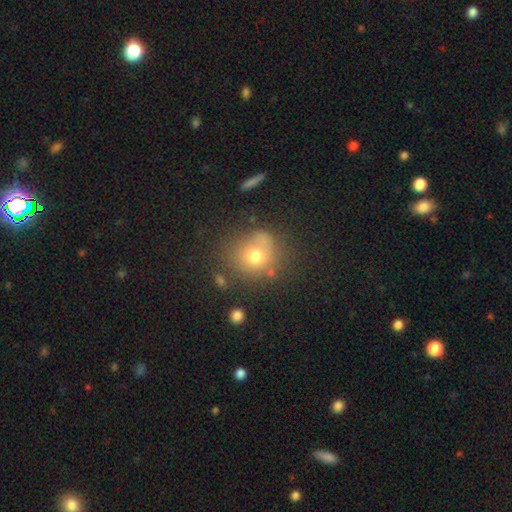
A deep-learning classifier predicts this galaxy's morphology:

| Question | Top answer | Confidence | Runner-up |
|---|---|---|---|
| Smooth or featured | smooth | 72% | star or artifact (14%) |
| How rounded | round | 80% | in between (19%) |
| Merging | none | 63% | minor disturbance (19%) |